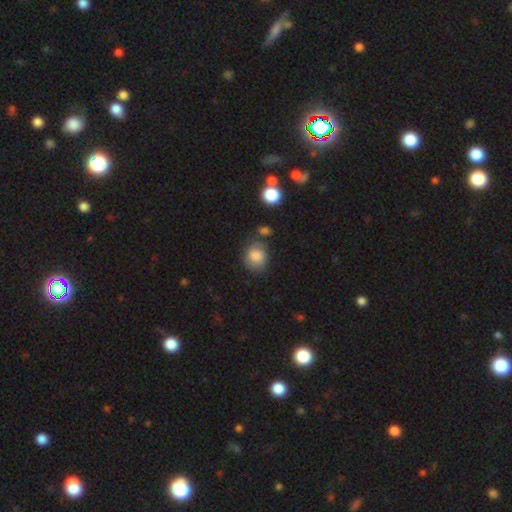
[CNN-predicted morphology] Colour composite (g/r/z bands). It shows a smooth galaxy with no disk features (82%) that is round (62%). Merging: none (59%).